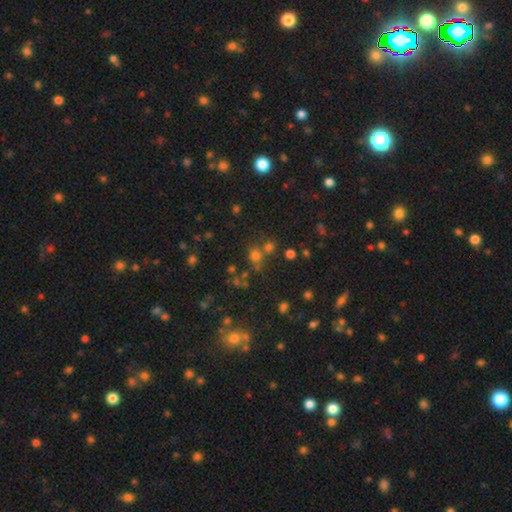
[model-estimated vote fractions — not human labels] Overall: smooth (59%; star or artifact 32%). How rounded: round (80%). Merging: none (58%; merger 26%).